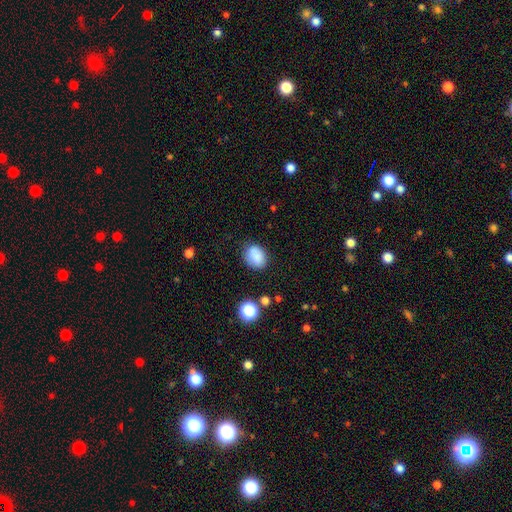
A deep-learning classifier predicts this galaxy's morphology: This appears to be a smooth galaxy with no disk features (84%) that is in between round and cigar-shaped (59%). Merging: none (76%).